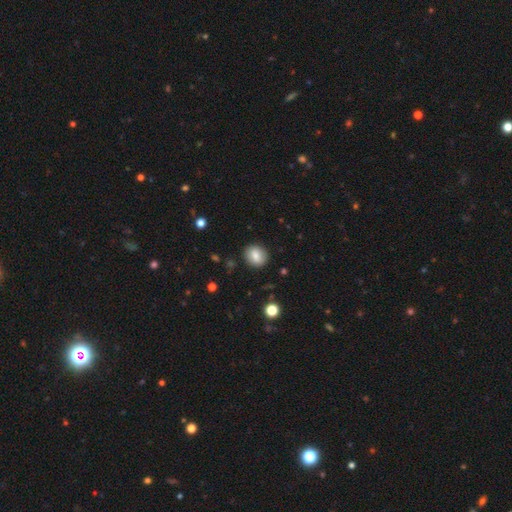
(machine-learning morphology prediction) A smooth galaxy with no disk features (83%) that is round (72%).

Vote fractions:
- Smooth or featured? smooth: 83% / featured or disk: 9% / star or artifact: 8%
- How rounded? round: 72% / in between: 27% / cigar-shaped: 1%
- Merging? none: 89% / minor disturbance: 8% / major disturbance: 2% / merger: 1%